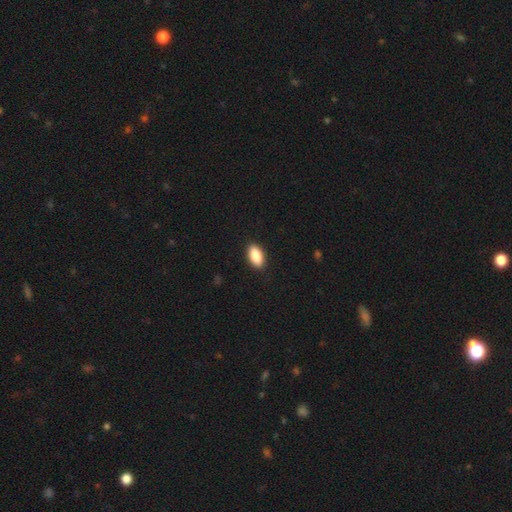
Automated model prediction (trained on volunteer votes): Smooth or featured? Predicted: smooth (p=0.88). How rounded? Predicted: in between (p=0.92). Merging? Predicted: none (p=0.90).